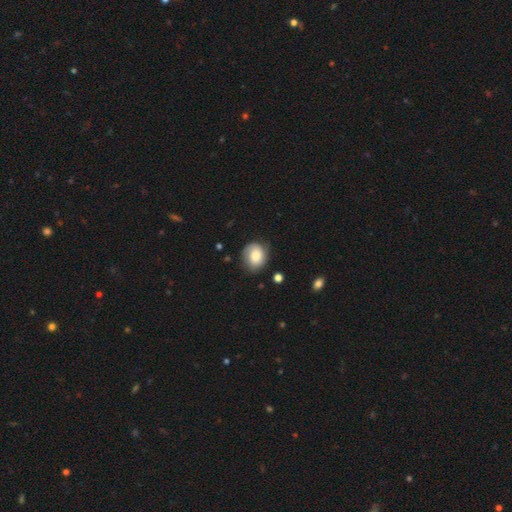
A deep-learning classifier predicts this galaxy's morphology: A smooth galaxy with no disk features (69%) that is round (59%).

Vote fractions:
- Smooth or featured? smooth: 69% / featured or disk: 24% / star or artifact: 8%
- How rounded? round: 59% / in between: 40% / cigar-shaped: 1%
- Merging? none: 68% / minor disturbance: 23% / major disturbance: 7% / merger: 2%